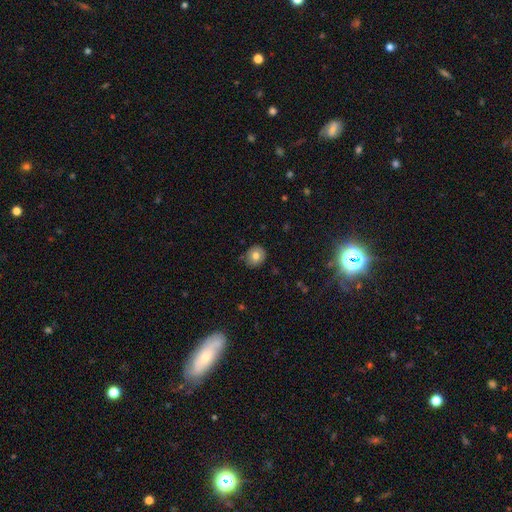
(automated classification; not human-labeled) Q: Smooth or featured?
A: smooth (75%); runner-up: featured or disk (15%)
Q: How rounded?
A: round (83%); runner-up: in between (16%)
Q: Merging?
A: none (84%); runner-up: minor disturbance (12%)